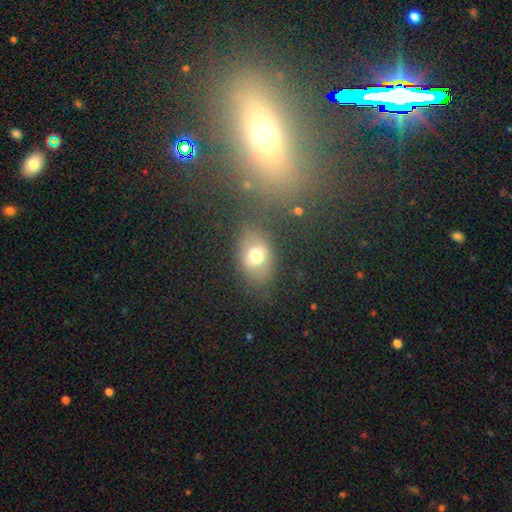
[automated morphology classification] Smooth or featured? Predicted: smooth (p=0.70). How rounded? Predicted: in between (p=0.68). Merging? Predicted: none (p=0.72).